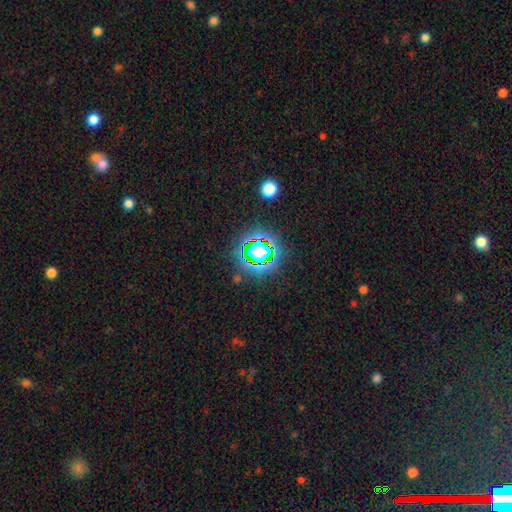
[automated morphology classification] A star or artifact, not a galaxy (80%).

Vote fractions:
- Smooth or featured? star or artifact: 80% / smooth: 13% / featured or disk: 7%